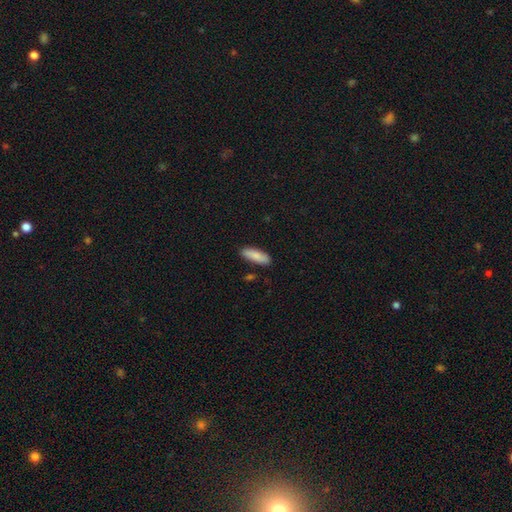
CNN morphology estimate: smooth 85%, featured or disk 9%, star or artifact 6%. Down the decision tree: how rounded — in between (55%); merging — none (86%).